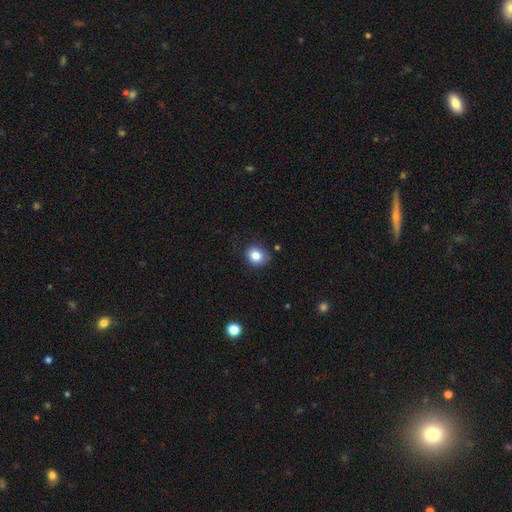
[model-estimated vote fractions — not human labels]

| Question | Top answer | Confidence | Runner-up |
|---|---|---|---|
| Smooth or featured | smooth | 83% | star or artifact (10%) |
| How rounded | round | 75% | in between (24%) |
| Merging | none | 77% | minor disturbance (17%) |